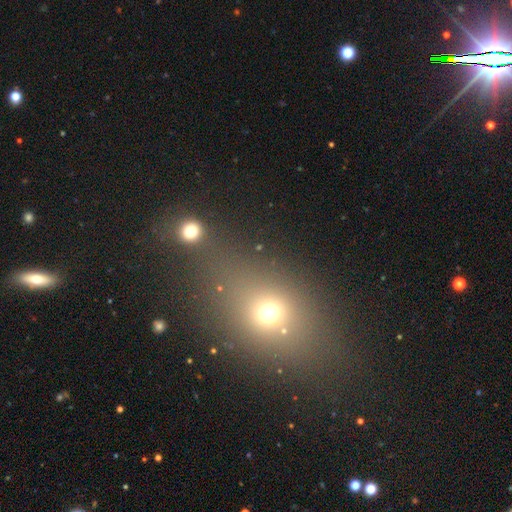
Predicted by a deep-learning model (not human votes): The model was most divided on "smooth or featured": smooth: 51%, star or artifact: 35%, featured or disk: 14%. More confident: merging — none (74%); how rounded — in between (57%).